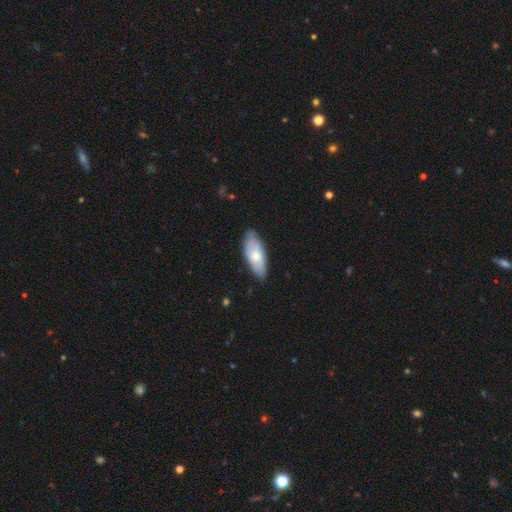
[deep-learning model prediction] Smooth or featured: smooth — 63% (featured or disk — 31%)
How rounded: in between — 81% (cigar-shaped — 18%)
Merging: none — 74% (minor disturbance — 22%)